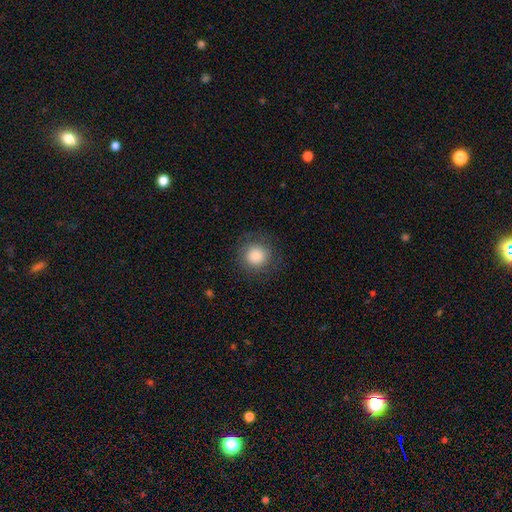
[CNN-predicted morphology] Smooth or featured? smooth (82%)
How rounded? round (94%)
Merging? none (85%)